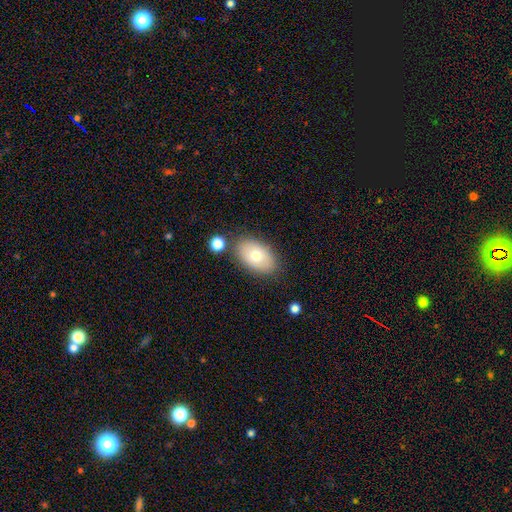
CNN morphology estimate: Q: Smooth or featured?
A: smooth (74%); runner-up: featured or disk (19%)
Q: How rounded?
A: in between (91%); runner-up: round (7%)
Q: Merging?
A: none (80%); runner-up: minor disturbance (12%)